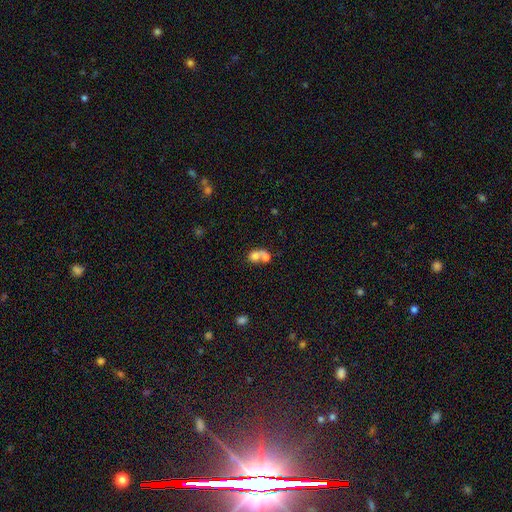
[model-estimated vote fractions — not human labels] Smooth or featured? smooth (69%)
How rounded? round (62%)
Merging? merger (71%)